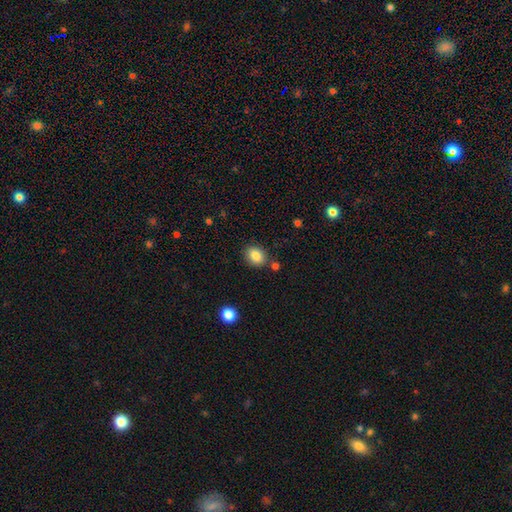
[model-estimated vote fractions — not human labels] Q: Smooth or featured?
A: smooth (86%); runner-up: star or artifact (9%)
Q: How rounded?
A: in between (54%); runner-up: round (45%)
Q: Merging?
A: none (80%); runner-up: minor disturbance (11%)